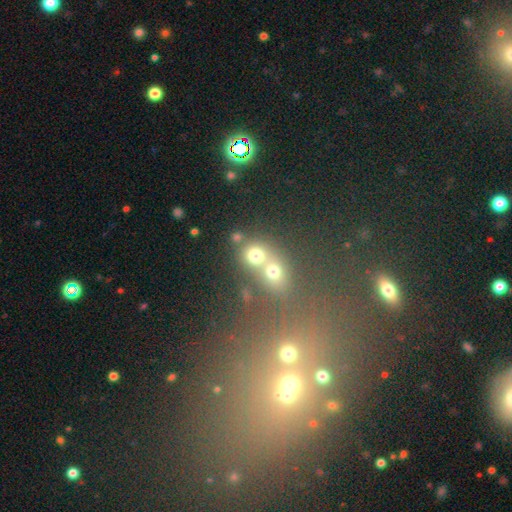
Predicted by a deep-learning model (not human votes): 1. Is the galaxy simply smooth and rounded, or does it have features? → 68% smooth, 20% star or artifact, 12% featured or disk.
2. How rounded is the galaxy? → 80% round, 19% in between, 1% cigar-shaped.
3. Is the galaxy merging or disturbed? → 47% merger, 42% none, 7% minor disturbance, 5% major disturbance.